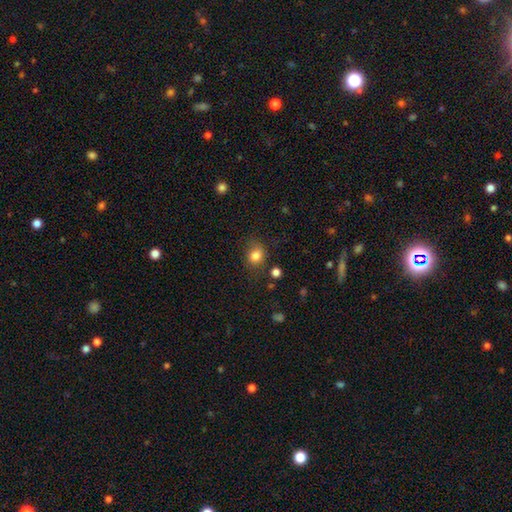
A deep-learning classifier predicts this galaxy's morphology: Smooth or featured? Predicted: smooth (p=0.83). How rounded? Predicted: round (p=0.63). Merging? Predicted: none (p=0.72).